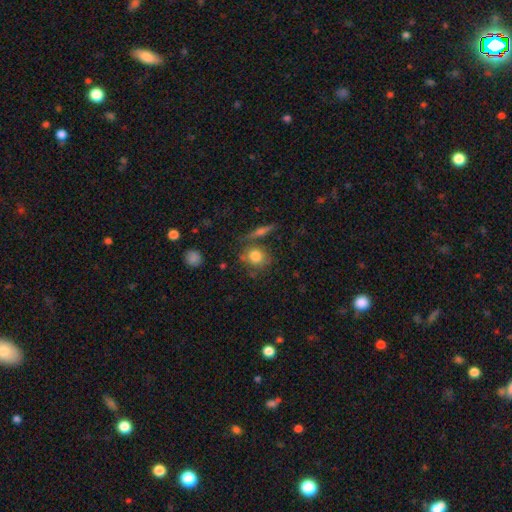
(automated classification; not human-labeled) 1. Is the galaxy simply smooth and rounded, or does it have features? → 78% smooth, 12% featured or disk, 9% star or artifact.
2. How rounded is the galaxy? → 71% round, 27% in between, 3% cigar-shaped.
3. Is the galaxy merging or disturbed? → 65% none, 15% minor disturbance, 14% merger, 6% major disturbance.